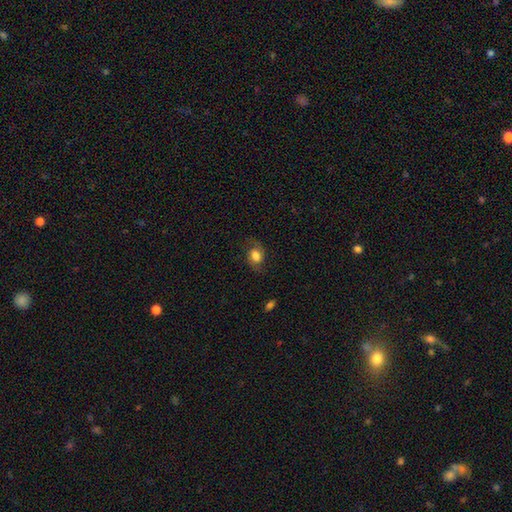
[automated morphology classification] Smooth or featured? smooth (57%)
How rounded? in between (64%)
Merging? none (69%)